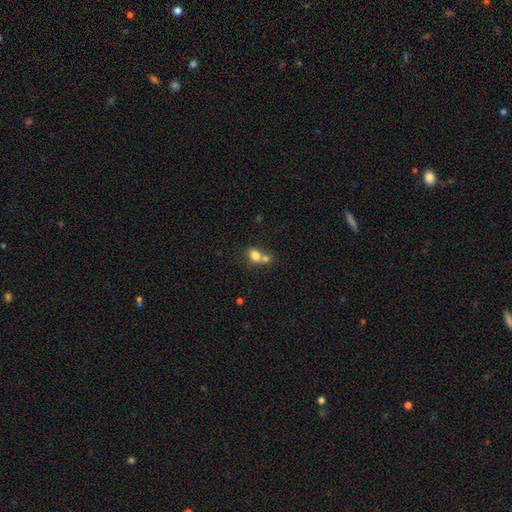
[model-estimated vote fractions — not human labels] The model was most divided on "how rounded": in between: 61%, round: 38%, cigar-shaped: 2%. More confident: smooth or featured — smooth (78%); merging — merger (56%).